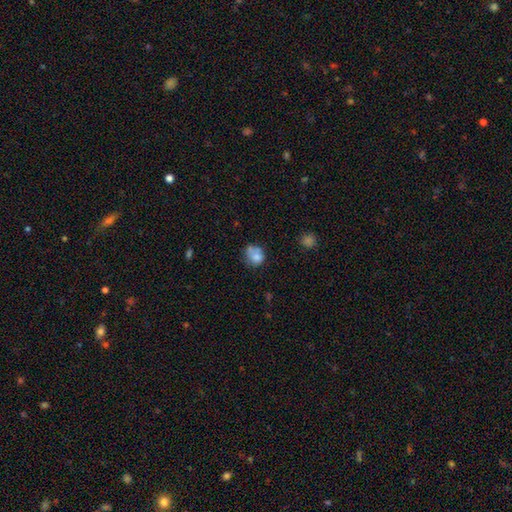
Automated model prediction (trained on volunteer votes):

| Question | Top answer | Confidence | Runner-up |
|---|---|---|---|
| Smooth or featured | smooth | 72% | featured or disk (18%) |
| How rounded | round | 70% | in between (29%) |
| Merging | none | 42% | merger (24%) |